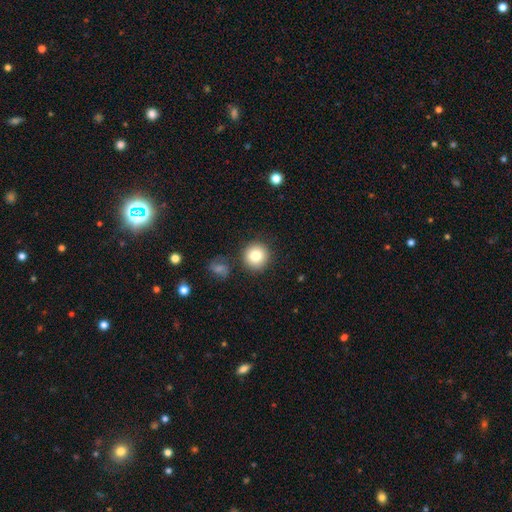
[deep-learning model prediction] Q: Smooth or featured?
A: smooth (81%); runner-up: star or artifact (10%)
Q: How rounded?
A: round (94%); runner-up: in between (5%)
Q: Merging?
A: none (85%); runner-up: minor disturbance (8%)